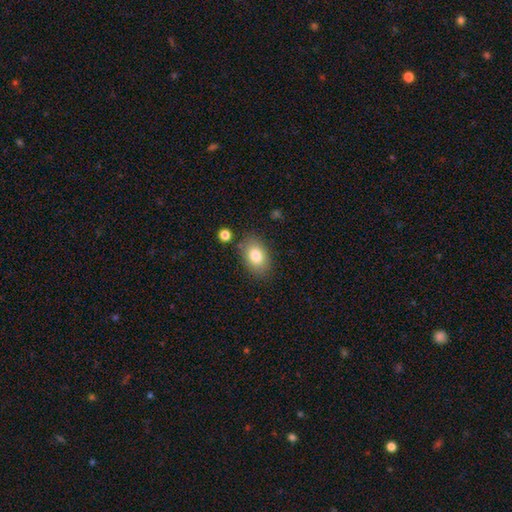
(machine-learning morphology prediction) type=smooth (82%); roundness=in between (85%); merging=none (80%).